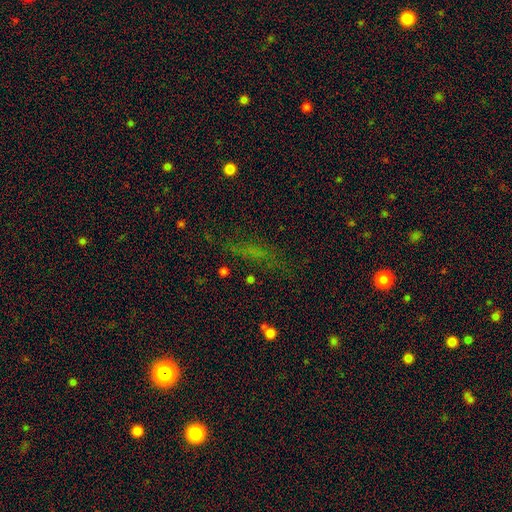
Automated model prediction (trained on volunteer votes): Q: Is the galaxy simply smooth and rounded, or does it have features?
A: star or artifact — 42%.